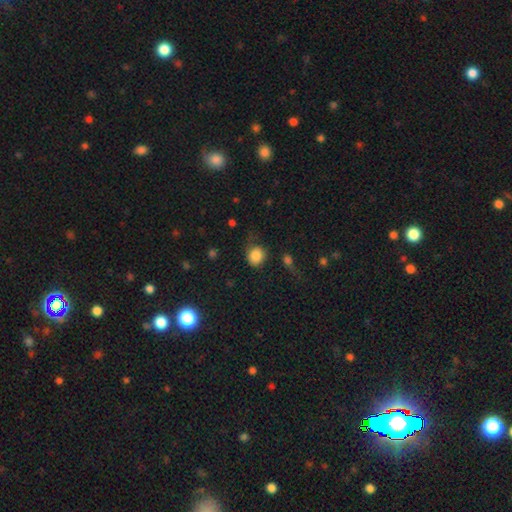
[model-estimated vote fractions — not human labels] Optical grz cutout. It shows a smooth galaxy with no disk features (83%) that is round (77%). Merging: none (56%).